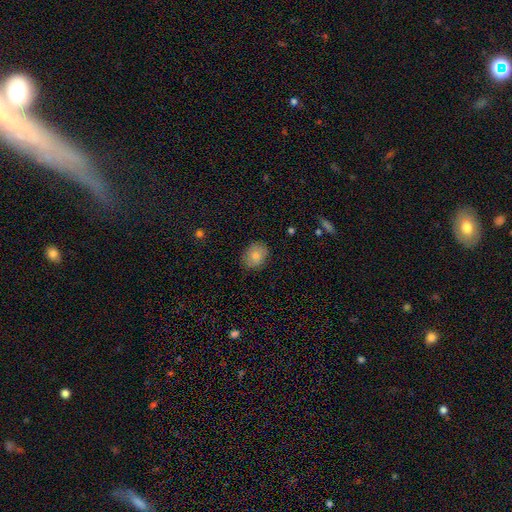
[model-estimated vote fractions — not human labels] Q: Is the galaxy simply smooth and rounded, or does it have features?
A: smooth — 82%.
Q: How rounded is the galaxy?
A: round — 55%.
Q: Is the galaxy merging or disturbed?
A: none — 84%.